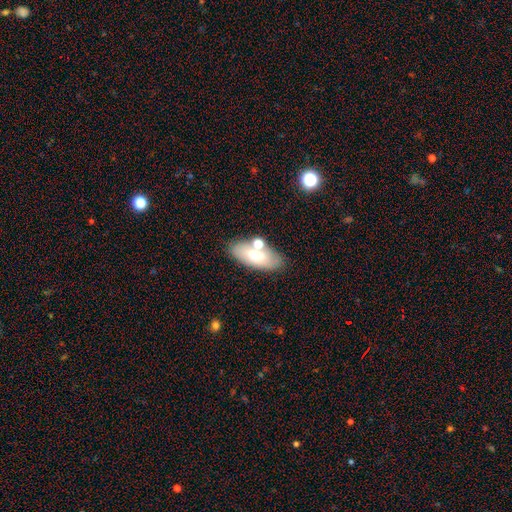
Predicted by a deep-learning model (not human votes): Morphology: type=smooth (64%); roundness=in between (85%); merging=none (66%).